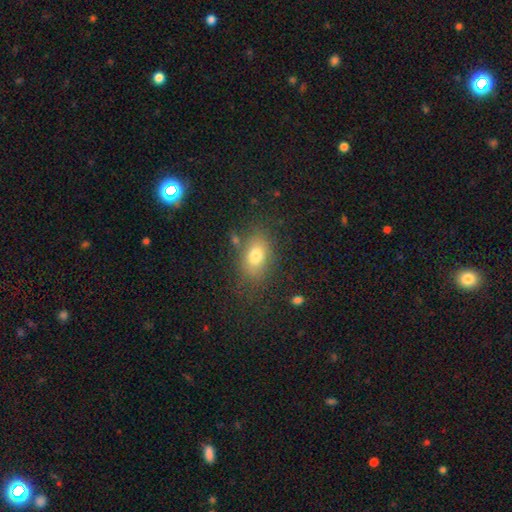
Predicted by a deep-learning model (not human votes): Smooth or featured? smooth (76%)
How rounded? in between (79%)
Merging? none (75%)